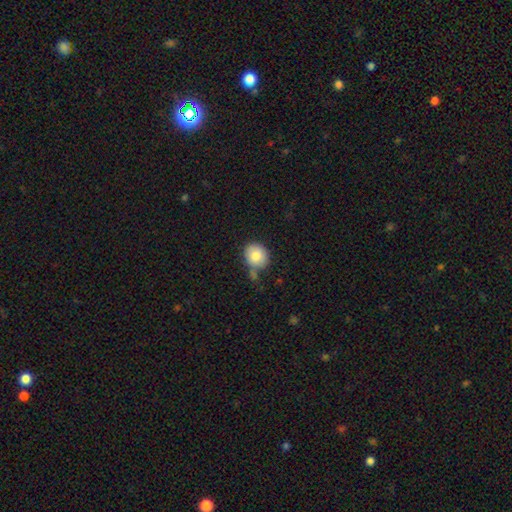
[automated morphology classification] A smooth galaxy with no disk features (83%) that is round (78%). Merging: none (60%).